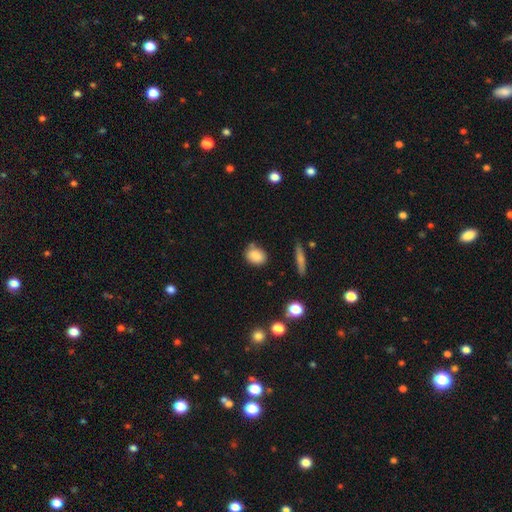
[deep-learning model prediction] The model was most divided on "how rounded": in between: 60%, round: 38%, cigar-shaped: 2%. More confident: smooth or featured — smooth (85%); merging — none (68%).